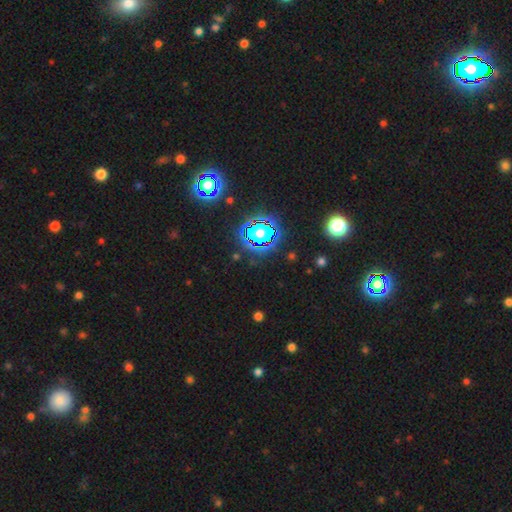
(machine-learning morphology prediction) Smooth or featured? Predicted: star or artifact (p=0.79).